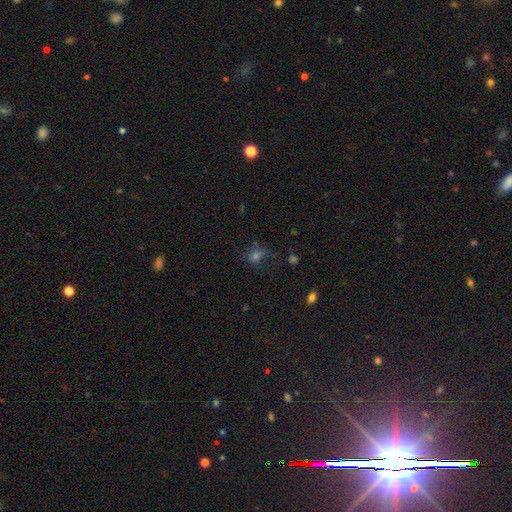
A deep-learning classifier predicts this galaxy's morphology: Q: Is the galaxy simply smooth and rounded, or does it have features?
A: smooth — 53%.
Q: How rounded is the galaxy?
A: round — 57%.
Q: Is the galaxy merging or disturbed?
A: none — 59%.